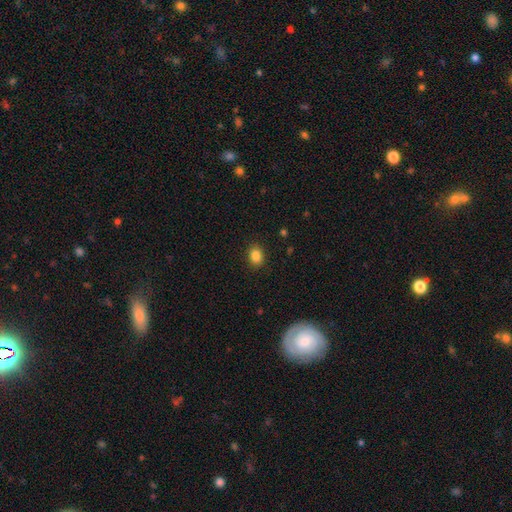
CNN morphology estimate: A smooth galaxy with no disk features (85%) that is in between round and cigar-shaped (68%).

Vote fractions:
- Smooth or featured? smooth: 85% / star or artifact: 10% / featured or disk: 5%
- How rounded? in between: 68% / round: 31% / cigar-shaped: 1%
- Merging? none: 89% / minor disturbance: 8% / major disturbance: 2% / merger: 1%